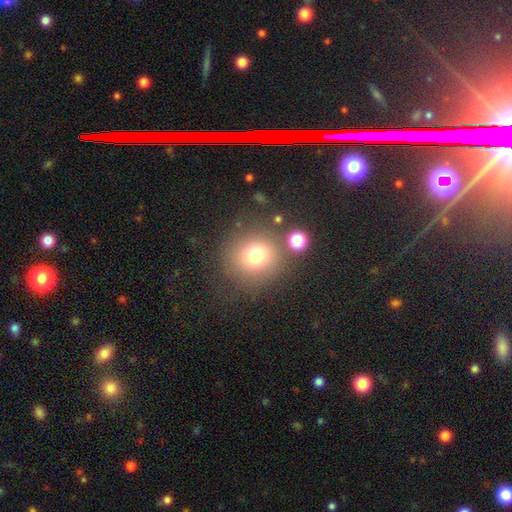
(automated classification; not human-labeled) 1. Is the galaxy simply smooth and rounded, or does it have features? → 74% smooth, 15% star or artifact, 11% featured or disk.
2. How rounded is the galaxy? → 91% round, 8% in between, 1% cigar-shaped.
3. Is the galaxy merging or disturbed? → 73% none, 10% minor disturbance, 10% merger, 6% major disturbance.